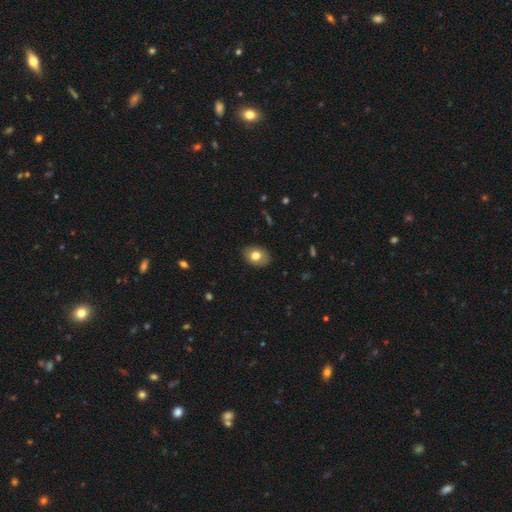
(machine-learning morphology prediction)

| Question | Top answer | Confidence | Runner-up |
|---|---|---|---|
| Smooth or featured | smooth | 76% | featured or disk (16%) |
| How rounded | in between | 72% | round (27%) |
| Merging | none | 86% | minor disturbance (11%) |